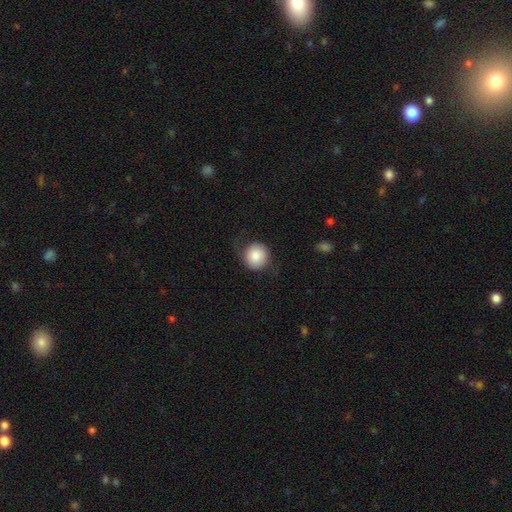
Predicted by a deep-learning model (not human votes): A smooth galaxy with no disk features (82%) that is round (90%). Merging: none (69%).